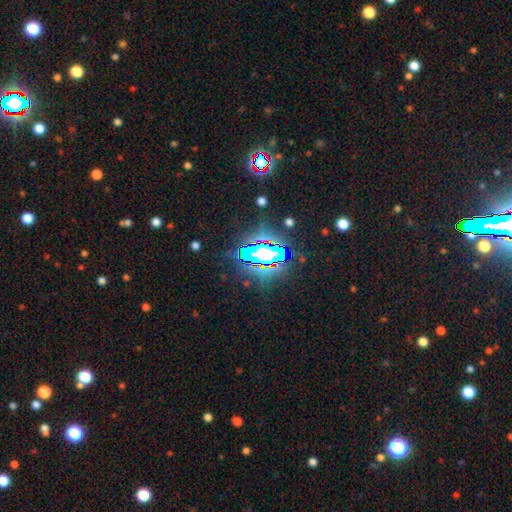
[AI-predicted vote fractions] A star or artifact, not a galaxy (82%).

Vote fractions:
- Smooth or featured? star or artifact: 82% / smooth: 10% / featured or disk: 8%